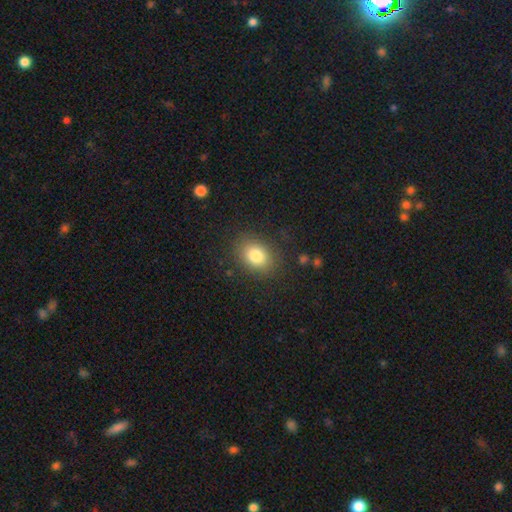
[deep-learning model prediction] Smooth or featured? smooth (82%)
How rounded? in between (63%)
Merging? none (83%)